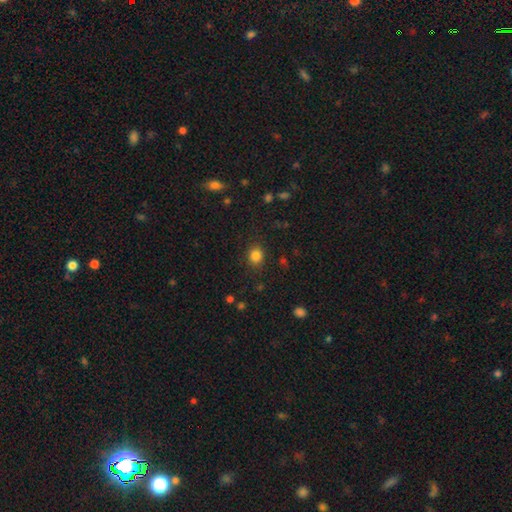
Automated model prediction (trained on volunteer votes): Smooth or featured?
  - smooth: 84% *
  - star or artifact: 12%
  - featured or disk: 4%
How rounded?
  - round: 74% *
  - in between: 25%
  - cigar-shaped: 1%
Merging?
  - none: 87% *
  - minor disturbance: 9%
  - major disturbance: 3%
  - merger: 1%